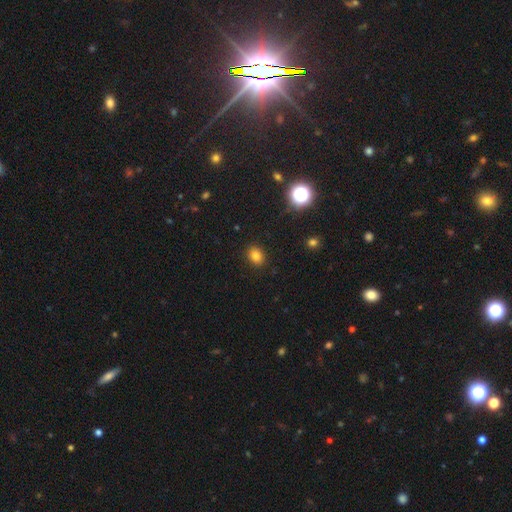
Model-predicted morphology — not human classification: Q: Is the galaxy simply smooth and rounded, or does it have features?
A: smooth — 80%.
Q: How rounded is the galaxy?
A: in between — 51%.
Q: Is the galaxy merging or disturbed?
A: none — 90%.